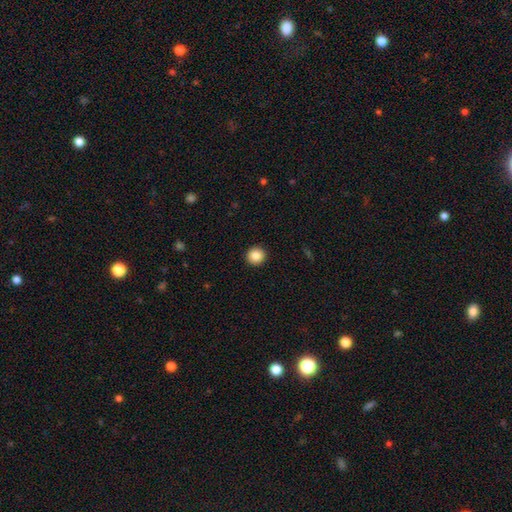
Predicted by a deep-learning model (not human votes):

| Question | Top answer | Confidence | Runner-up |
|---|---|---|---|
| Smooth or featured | smooth | 86% | star or artifact (9%) |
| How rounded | round | 94% | in between (5%) |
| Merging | none | 93% | minor disturbance (4%) |